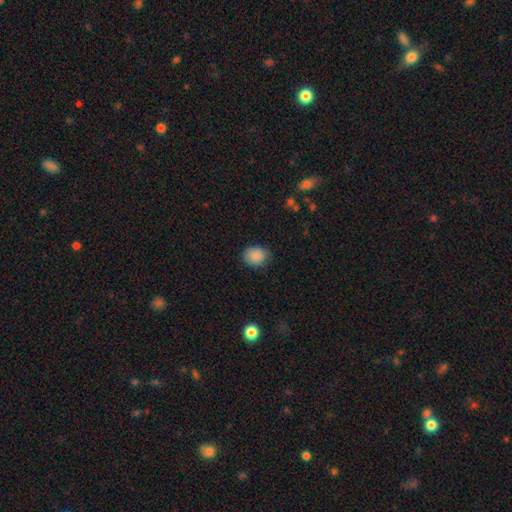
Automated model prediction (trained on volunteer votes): smooth-or-featured: smooth: 87% | star or artifact: 9% | featured or disk: 4%
  how-rounded: round: 66% | in between: 33% | cigar-shaped: 1%
  merging: none: 79% | minor disturbance: 17% | major disturbance: 3% | merger: 1%